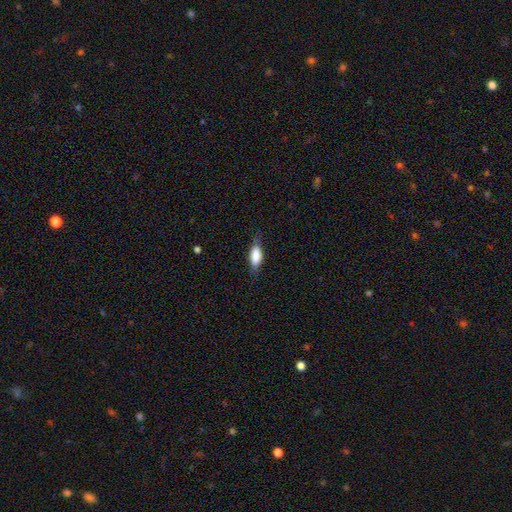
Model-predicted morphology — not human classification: A smooth galaxy with no disk features (78%) that is in between round and cigar-shaped (76%).

Vote fractions:
- Smooth or featured? smooth: 78% / featured or disk: 15% / star or artifact: 7%
- How rounded? in between: 76% / cigar-shaped: 21% / round: 3%
- Merging? none: 72% / minor disturbance: 21% / major disturbance: 6% / merger: 1%